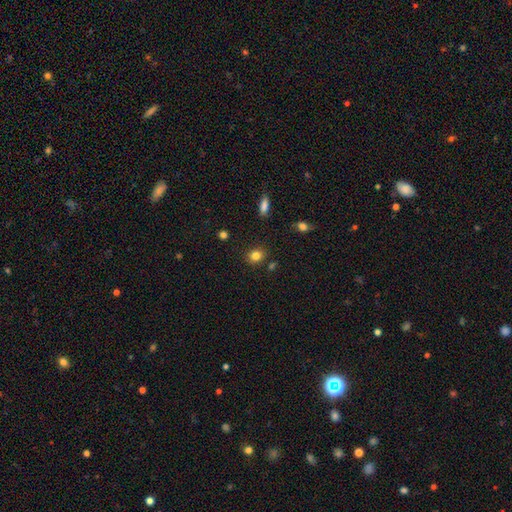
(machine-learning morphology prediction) A smooth galaxy with no disk features (82%) that is round (66%). Merging: none (85%).